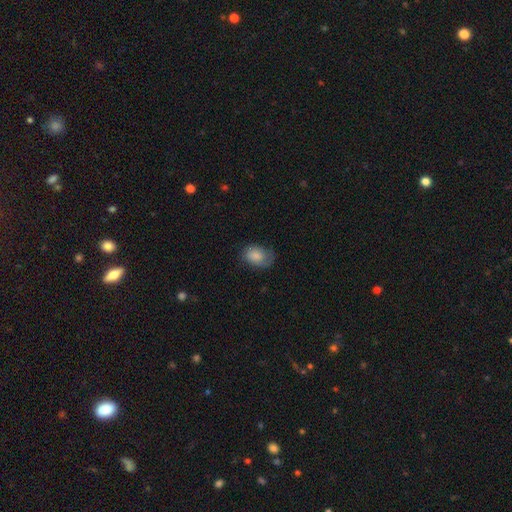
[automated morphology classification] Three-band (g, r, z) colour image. It shows a smooth galaxy with no disk features (79%) that is in between round and cigar-shaped (77%). Merging: none (62%).